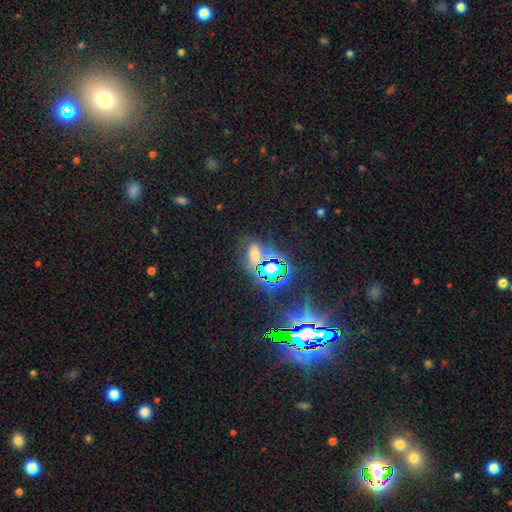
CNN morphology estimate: This appears to be a star or artifact, not a galaxy (60%).